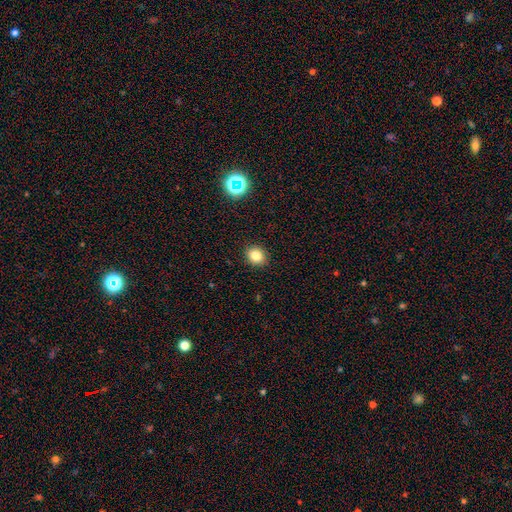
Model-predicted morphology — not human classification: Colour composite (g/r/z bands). It shows a smooth galaxy with no disk features (81%) that is round (70%). Merging: none (91%).